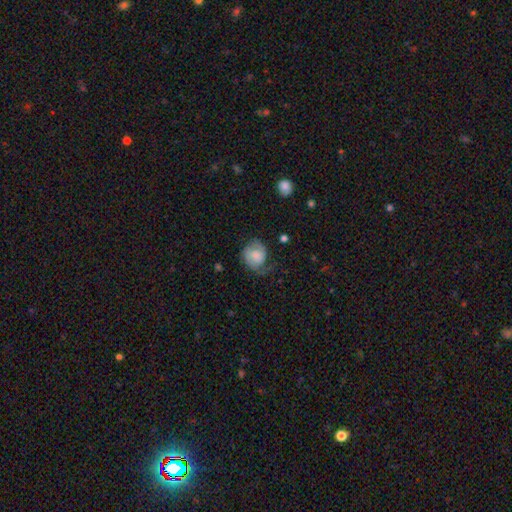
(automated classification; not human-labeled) smooth_or_featured: smooth (p=0.51) [alt: featured or disk p=0.41]
how_rounded: round (p=0.70) [alt: in between p=0.29]
merging: none (p=0.46) [alt: minor disturbance p=0.30]